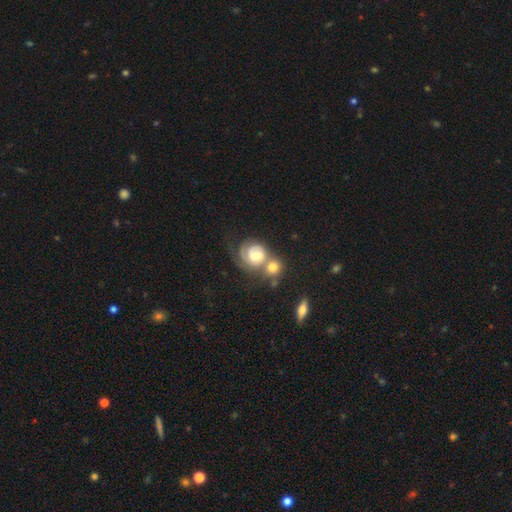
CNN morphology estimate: A featured or disk galaxy (64%) with no bar (62%), 1 (37%) tight (63%) spiral arms (87%) and a moderate central bulge (50%). Merging: merger (49%).